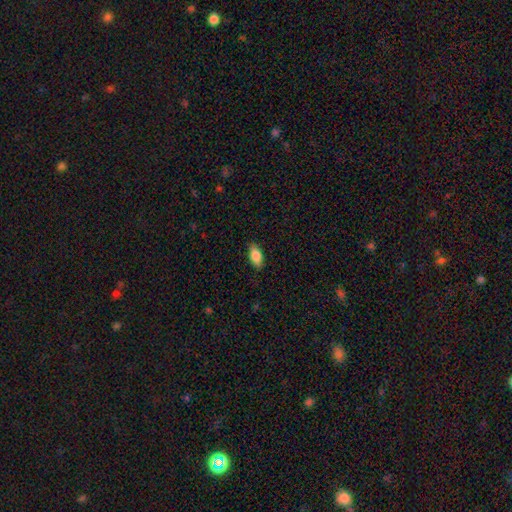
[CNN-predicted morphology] smooth_or_featured: smooth (p=0.86) [alt: featured or disk p=0.07]
how_rounded: in between (p=0.90) [alt: cigar-shaped p=0.07]
merging: none (p=0.85) [alt: minor disturbance p=0.12]